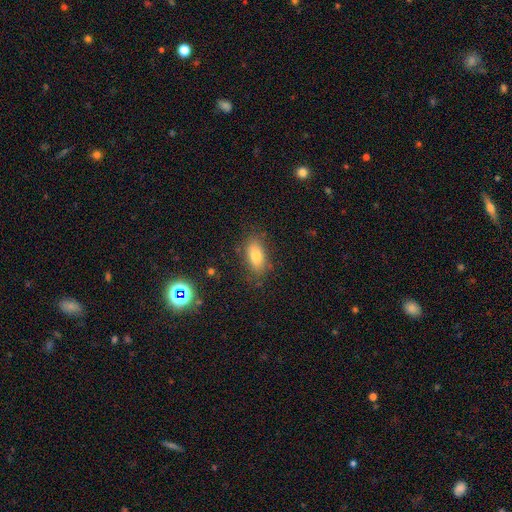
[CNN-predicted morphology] Smooth or featured? smooth (77%)
How rounded? in between (88%)
Merging? none (79%)